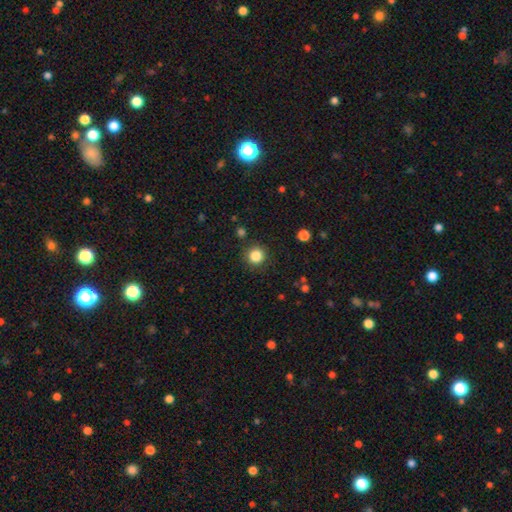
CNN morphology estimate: Smooth or featured? smooth (84%)
How rounded? round (94%)
Merging? none (89%)